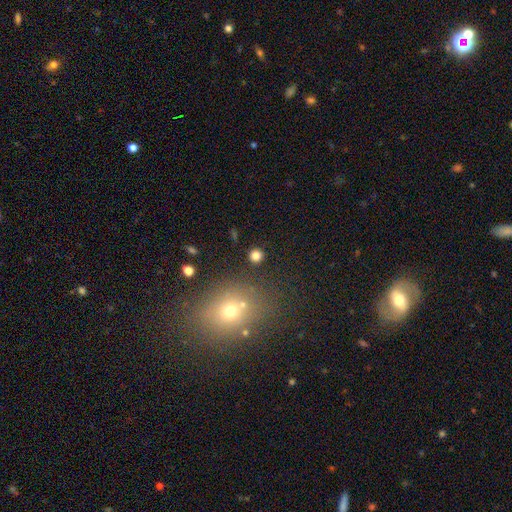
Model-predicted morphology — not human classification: Smooth or featured: smooth — 80% (star or artifact — 14%)
How rounded: round — 91% (in between — 8%)
Merging: none — 88% (minor disturbance — 6%)